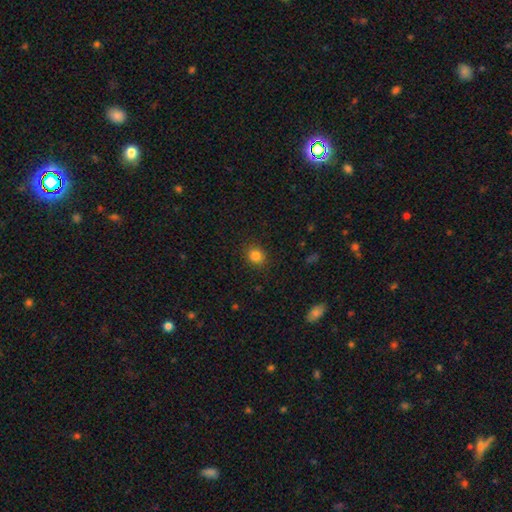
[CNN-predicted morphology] A smooth galaxy with no disk features (83%) that is round (71%).

Vote fractions:
- Smooth or featured? smooth: 83% / star or artifact: 12% / featured or disk: 5%
- How rounded? round: 71% / in between: 28% / cigar-shaped: 1%
- Merging? none: 89% / minor disturbance: 7% / major disturbance: 2% / merger: 1%